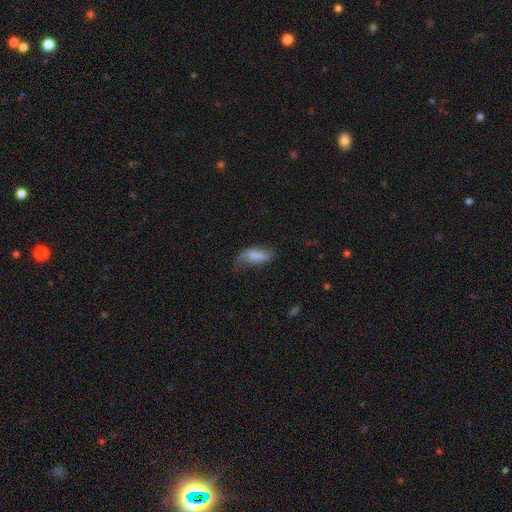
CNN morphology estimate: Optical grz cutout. It shows a smooth galaxy with no disk features (69%) that is in between round and cigar-shaped (77%). Merging: none (43%).